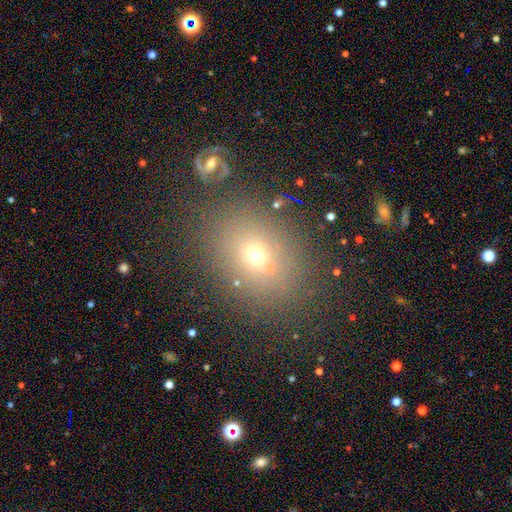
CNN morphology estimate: Smooth or featured?
  - smooth: 60% *
  - star or artifact: 25%
  - featured or disk: 15%
How rounded?
  - round: 57% *
  - in between: 42%
  - cigar-shaped: 1%
Merging?
  - none: 74% *
  - minor disturbance: 11%
  - merger: 10%
  - major disturbance: 5%